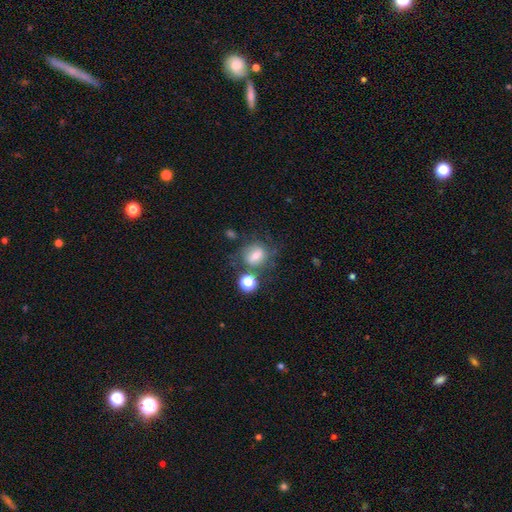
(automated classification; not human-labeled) The model was most divided on "how rounded": round: 58%, in between: 41%, cigar-shaped: 1%. More confident: smooth or featured — smooth (61%); merging — none (52%).